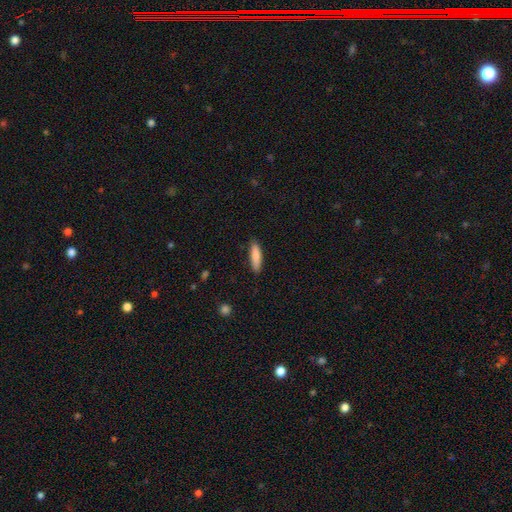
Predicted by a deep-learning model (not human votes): A smooth galaxy with no disk features (85%) that is cigar-shaped (71%).

Vote fractions:
- Smooth or featured? smooth: 85% / featured or disk: 9% / star or artifact: 6%
- How rounded? cigar-shaped: 71% / in between: 27% / round: 1%
- Merging? none: 86% / minor disturbance: 11% / major disturbance: 2% / merger: 1%